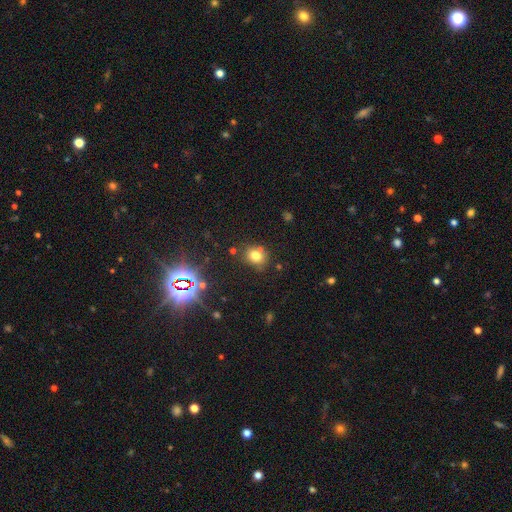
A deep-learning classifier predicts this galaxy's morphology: Smooth or featured? smooth (73%)
How rounded? round (70%)
Merging? none (74%)